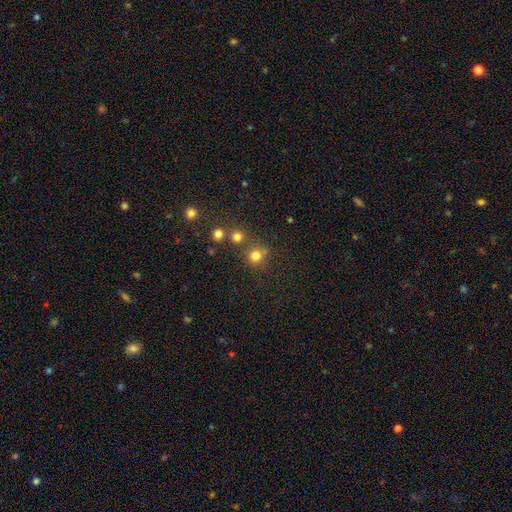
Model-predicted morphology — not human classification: Smooth or featured? smooth (77%)
How rounded? round (89%)
Merging? none (71%)